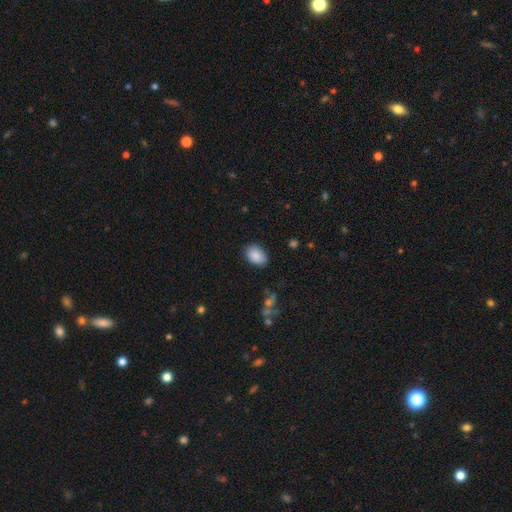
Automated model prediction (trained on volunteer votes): A smooth galaxy with no disk features (88%) that is in between round and cigar-shaped (86%).

Vote fractions:
- Smooth or featured? smooth: 88% / star or artifact: 7% / featured or disk: 5%
- How rounded? in between: 86% / round: 13% / cigar-shaped: 1%
- Merging? none: 84% / minor disturbance: 12% / major disturbance: 3% / merger: 1%